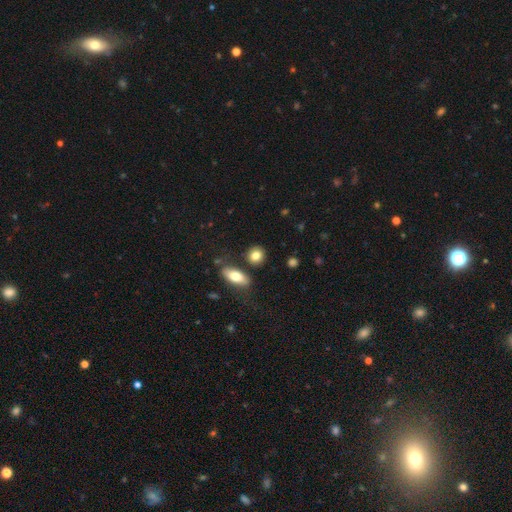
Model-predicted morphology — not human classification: The model was most divided on "how rounded": round: 67%, in between: 30%, cigar-shaped: 3%. More confident: smooth or featured — smooth (84%); merging — none (79%).